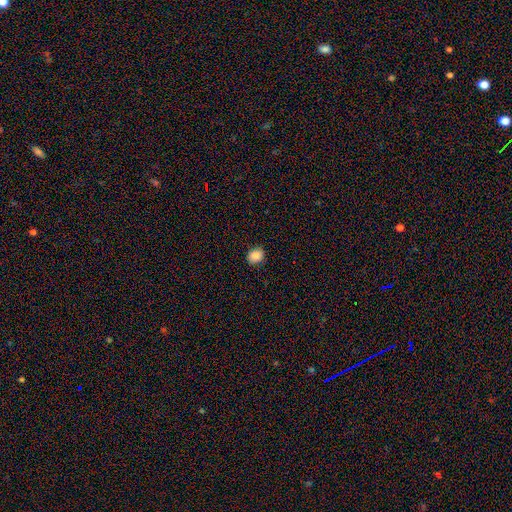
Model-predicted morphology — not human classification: type=smooth (87%); roundness=round (64%); merging=none (89%).